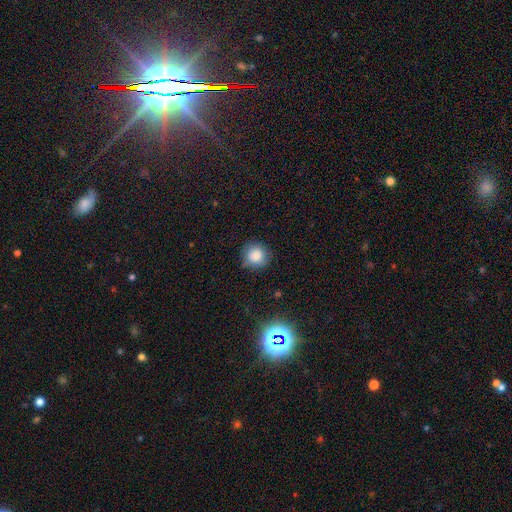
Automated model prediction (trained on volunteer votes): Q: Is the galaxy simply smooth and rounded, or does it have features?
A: smooth — 83%.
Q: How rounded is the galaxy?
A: round — 91%.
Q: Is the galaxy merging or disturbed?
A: none — 79%.